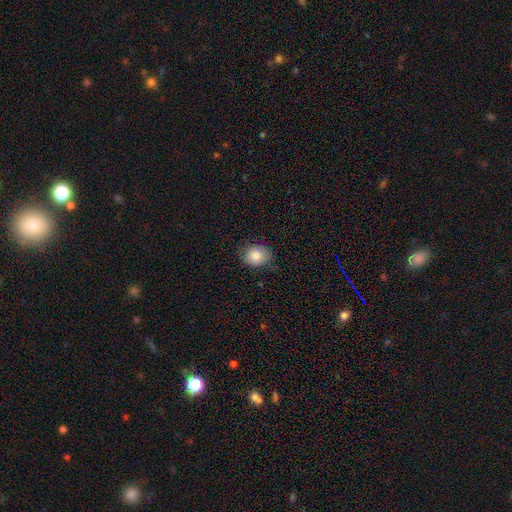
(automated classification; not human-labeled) This is clearly a smooth galaxy (86%). How rounded: likely round (62%). Merging: likely none (75%).